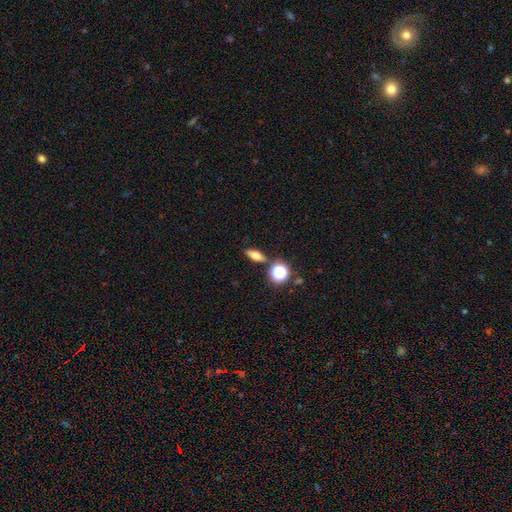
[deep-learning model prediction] The model was most divided on "smooth or featured": smooth: 56%, featured or disk: 31%, star or artifact: 14%. More confident: merging — none (84%); how rounded — in between (59%).